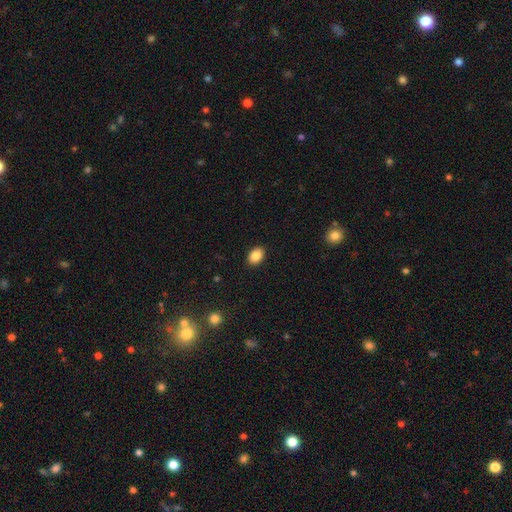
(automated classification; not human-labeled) A smooth galaxy with no disk features (87%) that is in between round and cigar-shaped (82%).

Vote fractions:
- Smooth or featured? smooth: 87% / star or artifact: 8% / featured or disk: 5%
- How rounded? in between: 82% / round: 17% / cigar-shaped: 1%
- Merging? none: 90% / minor disturbance: 7% / major disturbance: 2% / merger: 1%